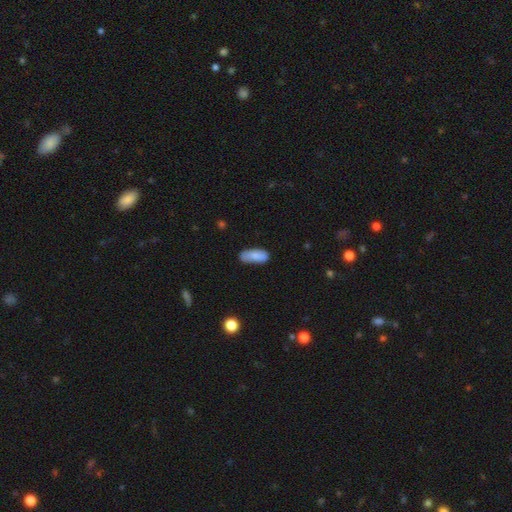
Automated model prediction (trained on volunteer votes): Smooth or featured?
  - smooth: 83% *
  - featured or disk: 10%
  - star or artifact: 7%
How rounded?
  - in between: 81% *
  - cigar-shaped: 17%
  - round: 2%
Merging?
  - none: 70% *
  - minor disturbance: 23%
  - major disturbance: 4%
  - merger: 3%